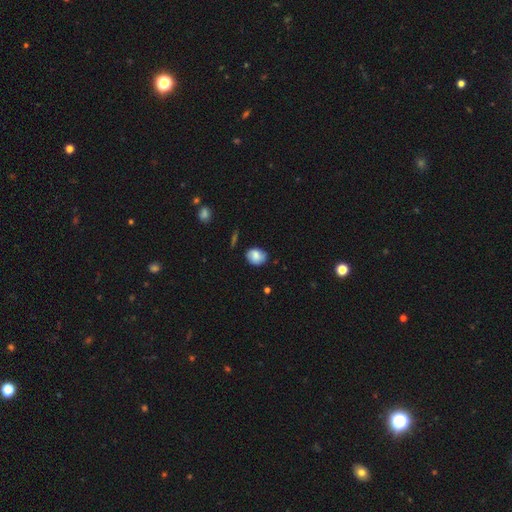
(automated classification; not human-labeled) smooth_or_featured: smooth (p=0.77) [alt: featured or disk p=0.15]
how_rounded: in between (p=0.52) [alt: round p=0.46]
merging: none (p=0.71) [alt: minor disturbance p=0.23]